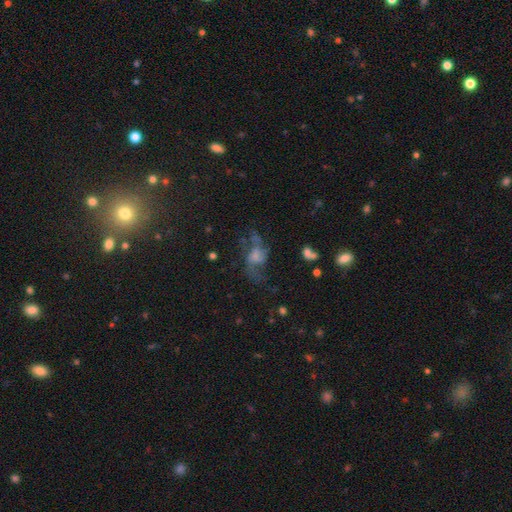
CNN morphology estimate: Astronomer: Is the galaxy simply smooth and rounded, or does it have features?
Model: featured or disk — 55%.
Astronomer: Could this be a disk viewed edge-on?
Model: no — 94%.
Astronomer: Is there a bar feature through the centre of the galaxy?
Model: no — 64%.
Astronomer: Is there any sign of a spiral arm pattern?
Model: yes — 73%.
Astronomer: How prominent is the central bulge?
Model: small — 31% (runner-up: moderate, 30%).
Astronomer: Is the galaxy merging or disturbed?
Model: none — 47% (runner-up: major disturbance, 30%).